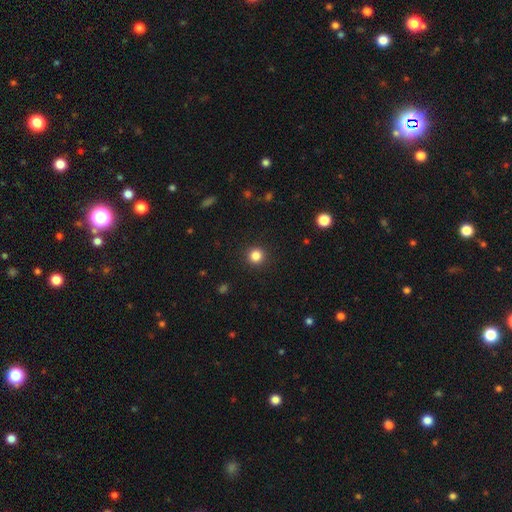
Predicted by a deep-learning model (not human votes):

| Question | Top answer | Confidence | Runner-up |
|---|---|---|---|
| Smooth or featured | smooth | 85% | star or artifact (12%) |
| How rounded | round | 95% | in between (4%) |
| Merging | none | 92% | minor disturbance (5%) |